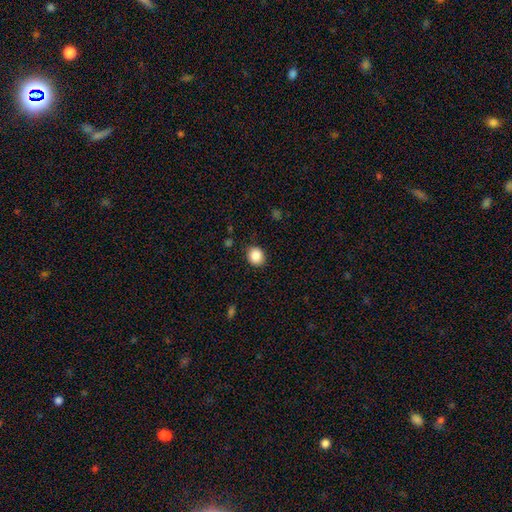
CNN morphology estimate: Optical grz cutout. It shows a smooth galaxy with no disk features (88%) that is round (75%). Merging: none (87%).